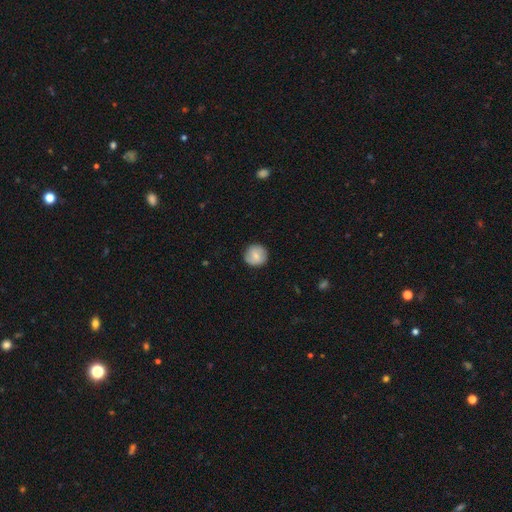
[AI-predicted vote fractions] Smooth or featured? smooth (69%)
How rounded? round (93%)
Merging? none (86%)